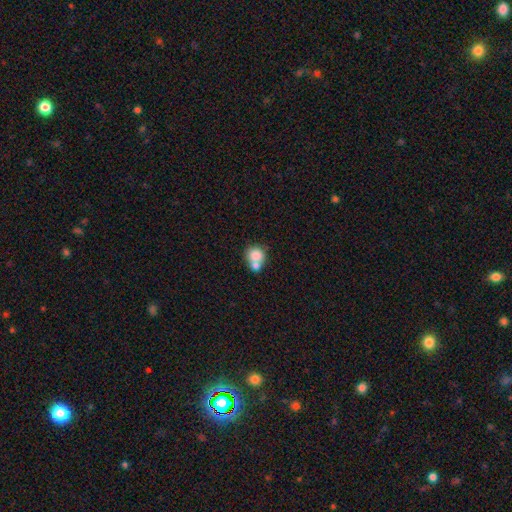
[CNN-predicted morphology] Overall: smooth (78%). How rounded: round (81%). Merging: merger (53%; none 35%).